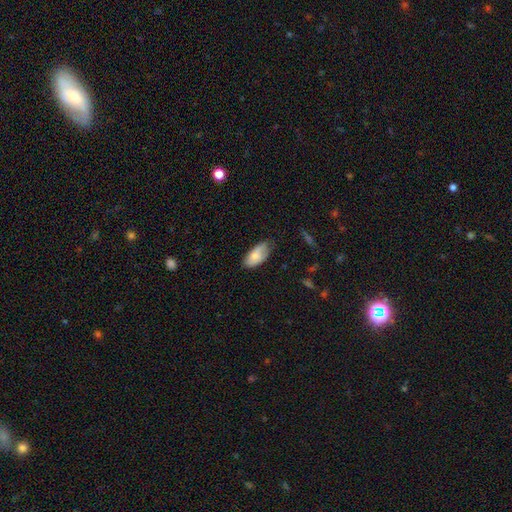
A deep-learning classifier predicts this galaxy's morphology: smooth-or-featured: smooth: 77% | featured or disk: 16% | star or artifact: 6%
  how-rounded: in between: 93% | cigar-shaped: 4% | round: 2%
  merging: none: 64% | minor disturbance: 30% | major disturbance: 5% | merger: 2%